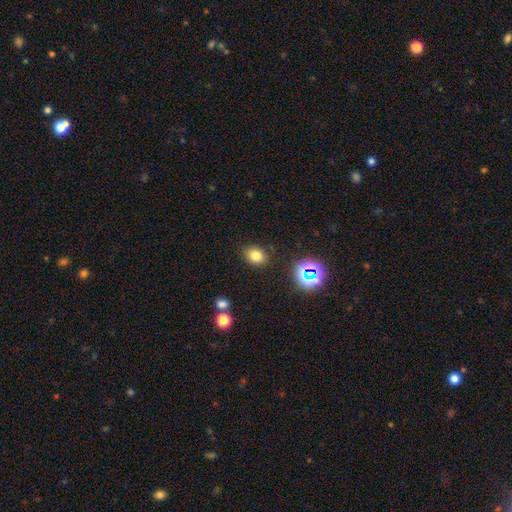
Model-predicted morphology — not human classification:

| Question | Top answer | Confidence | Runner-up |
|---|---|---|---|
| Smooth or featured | smooth | 76% | star or artifact (16%) |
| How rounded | in between | 55% | round (44%) |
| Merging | none | 85% | minor disturbance (10%) |